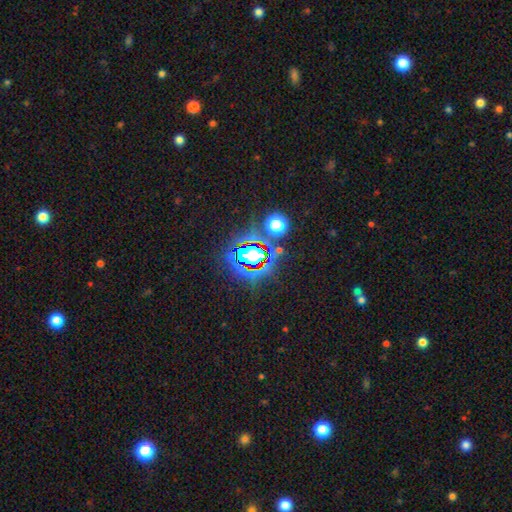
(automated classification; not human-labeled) This appears to be a star or artifact, not a galaxy (79%).